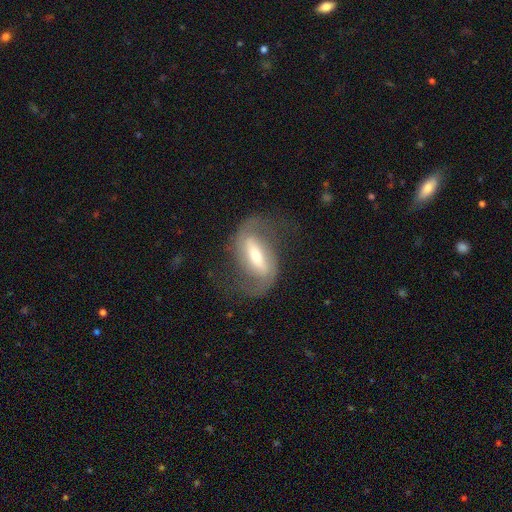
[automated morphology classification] Q: Smooth or featured?
A: featured or disk (84%); runner-up: smooth (11%)
Q: Edge-on disk?
A: no (93%); runner-up: yes (7%)
Q: Bar?
A: strong (62%); runner-up: weak (29%)
Q: Spiral arms?
A: yes (94%); runner-up: no (6%)
Q: Spiral winding?
A: loose (45%); runner-up: medium (42%)
Q: Spiral arm count?
A: 2 (91%); runner-up: can't tell (3%)
Q: Bulge size?
A: moderate (51%); runner-up: small (33%)
Q: Merging?
A: none (69%); runner-up: minor disturbance (15%)